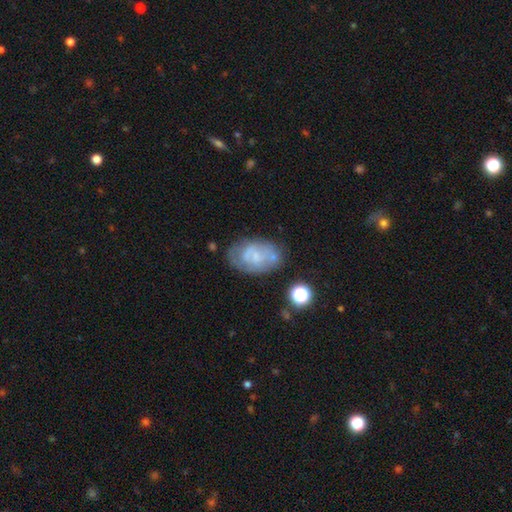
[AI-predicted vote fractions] A featured or disk galaxy (54%) with no bar (68%), no spiral arms (51%) and a small central bulge (43%). Merging: none (53%).